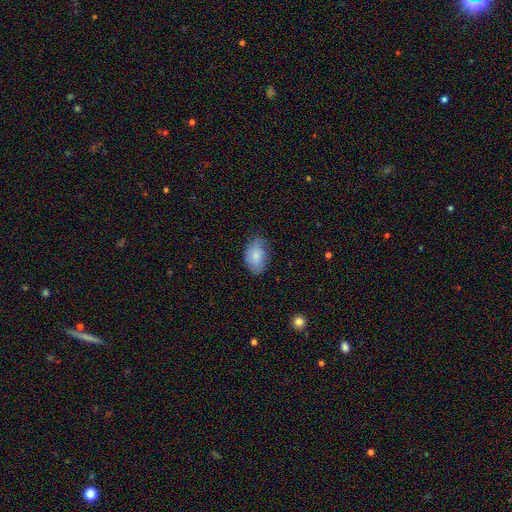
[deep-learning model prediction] Smooth or featured: smooth — 75% (featured or disk — 18%)
How rounded: in between — 89% (round — 9%)
Merging: none — 64% (minor disturbance — 28%)